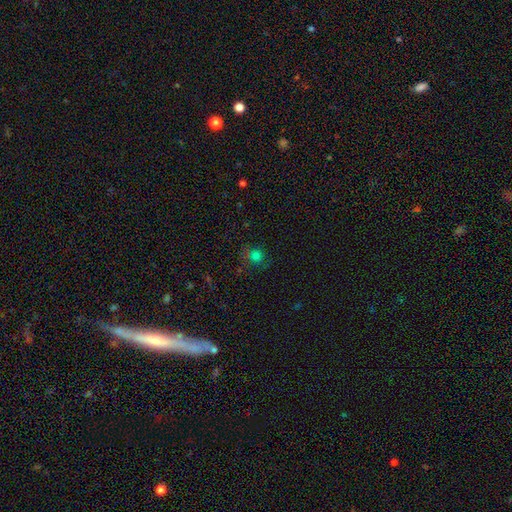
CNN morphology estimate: smooth-or-featured: smooth: 70% | star or artifact: 23% | featured or disk: 7%
  how-rounded: round: 84% | in between: 15% | cigar-shaped: 1%
  merging: none: 66% | minor disturbance: 19% | major disturbance: 10% | merger: 4%